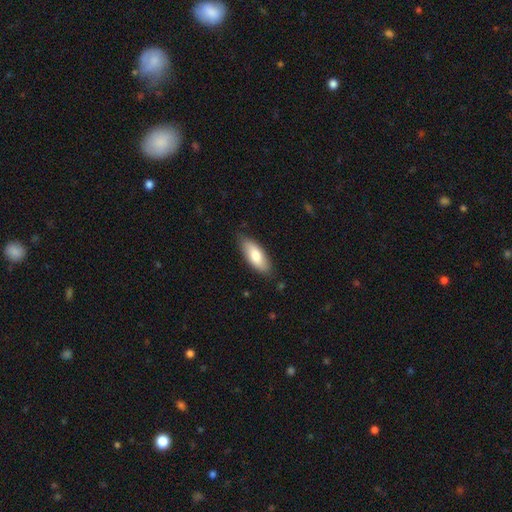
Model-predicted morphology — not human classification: This is likely a smooth galaxy (78%). How rounded: likely in between (78%). Merging: clearly none (81%).